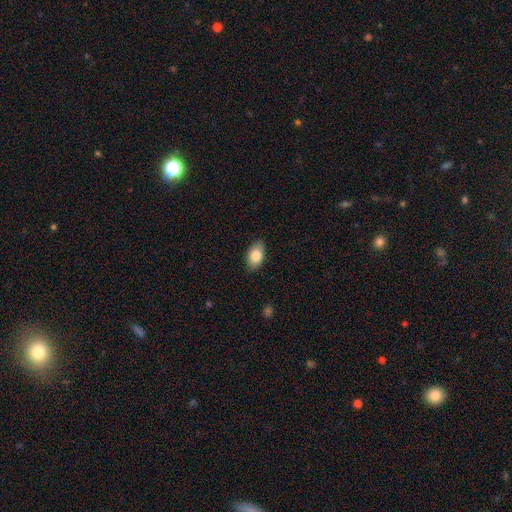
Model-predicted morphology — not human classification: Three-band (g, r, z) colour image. It shows a smooth galaxy with no disk features (82%) that is in between round and cigar-shaped (91%). Merging: none (85%).